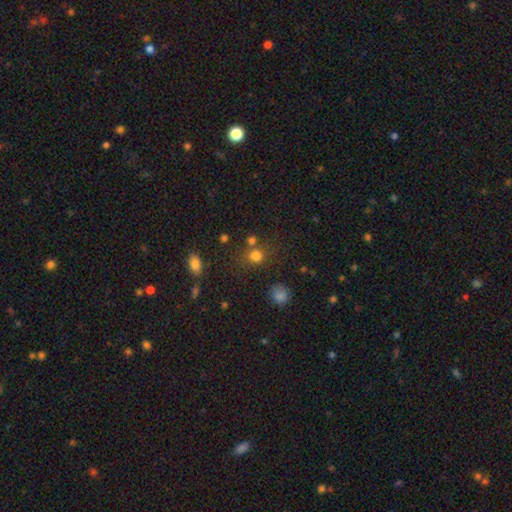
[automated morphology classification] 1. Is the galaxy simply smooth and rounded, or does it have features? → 77% smooth, 17% star or artifact, 7% featured or disk.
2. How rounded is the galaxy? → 75% round, 24% in between, 1% cigar-shaped.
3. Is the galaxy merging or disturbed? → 64% none, 18% merger, 12% minor disturbance, 6% major disturbance.